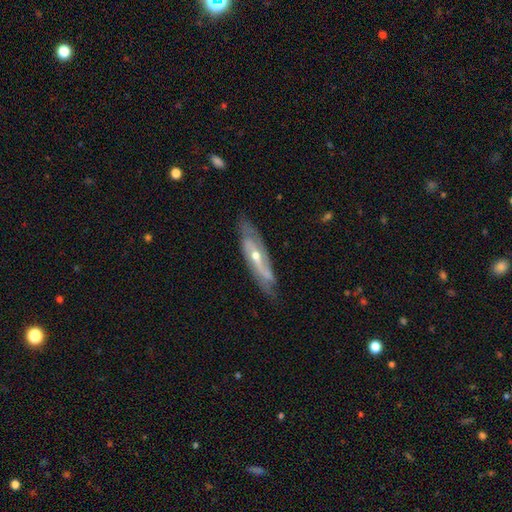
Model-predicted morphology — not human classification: Overall: featured or disk (82%). Edge-on disk: no (71%). Bar: weak (37%; no 35%). Spiral arms: yes (90%). Spiral arm count: 2 (77%). Spiral winding: medium (42%; tight 30%). Bulge size: small (50%; moderate 46%). Merging: none (77%).